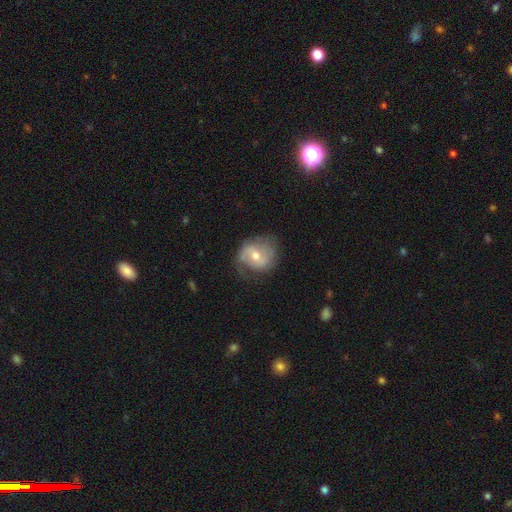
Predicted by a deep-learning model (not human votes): featured or disk 60%, smooth 33%, star or artifact 7%. Down the decision tree: edge-on disk — no (97%); bar — no (51%); spiral arms — yes (80%); bulge size — moderate (61%); merging — none (60%).